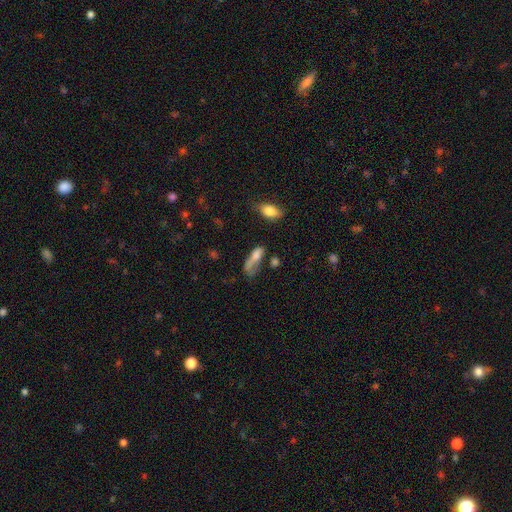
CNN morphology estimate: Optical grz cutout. It shows a smooth galaxy with no disk features (66%) that is in between round and cigar-shaped (61%). Merging: major disturbance (37%).